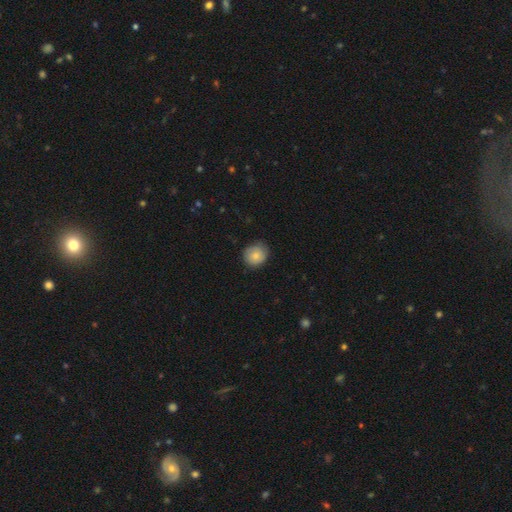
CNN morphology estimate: smooth 82%, featured or disk 11%, star or artifact 8%. Down the decision tree: how rounded — round (82%); merging — none (77%).